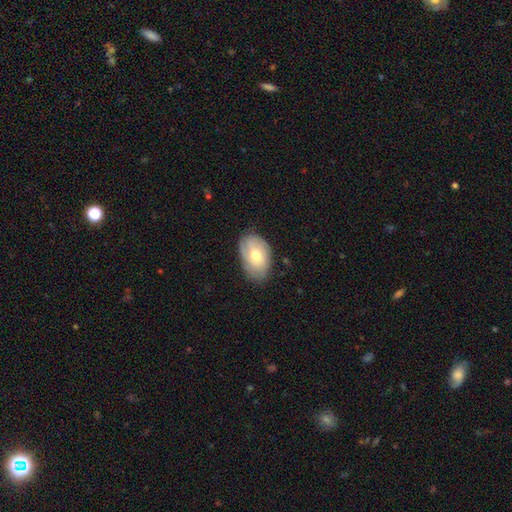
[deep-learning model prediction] smooth 56%, featured or disk 38%, star or artifact 7%. Down the decision tree: how rounded — in between (88%); merging — none (75%).